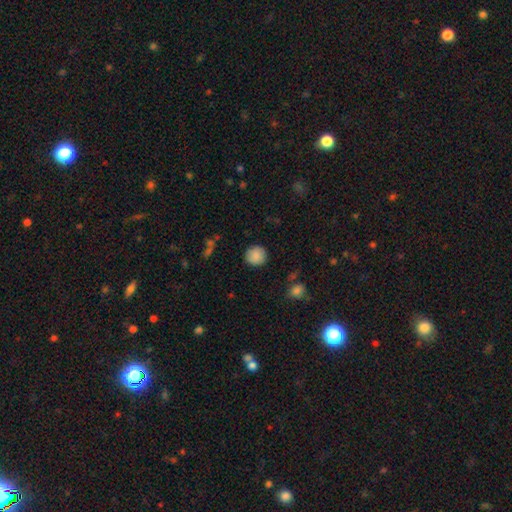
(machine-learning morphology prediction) Smooth or featured? smooth (88%)
How rounded? round (92%)
Merging? none (88%)